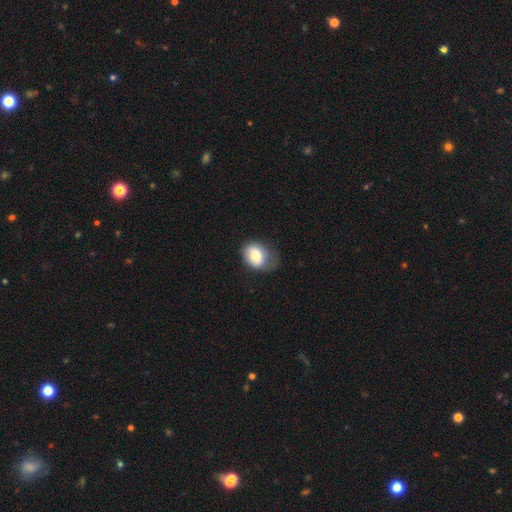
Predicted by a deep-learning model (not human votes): A smooth galaxy with no disk features (77%) that is in between round and cigar-shaped (63%).

Vote fractions:
- Smooth or featured? smooth: 77% / featured or disk: 15% / star or artifact: 8%
- How rounded? in between: 63% / round: 36% / cigar-shaped: 1%
- Merging? minor disturbance: 39% / none: 36% / major disturbance: 22% / merger: 2%